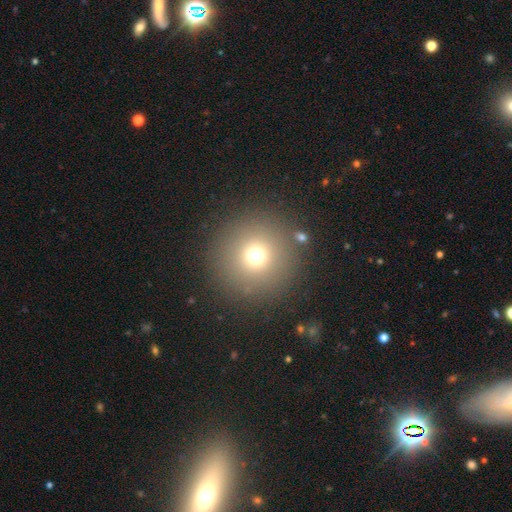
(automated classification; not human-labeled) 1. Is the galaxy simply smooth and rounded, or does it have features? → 71% smooth, 19% star or artifact, 10% featured or disk.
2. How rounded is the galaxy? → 96% round, 3% in between, 1% cigar-shaped.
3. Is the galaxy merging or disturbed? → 87% none, 6% minor disturbance, 4% major disturbance, 3% merger.